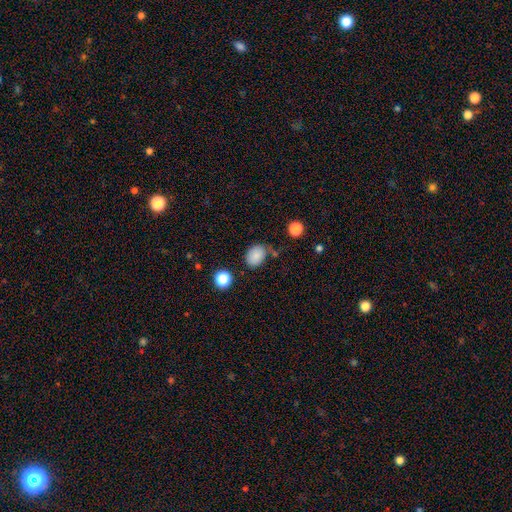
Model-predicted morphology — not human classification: A smooth galaxy with no disk features (85%) that is in between round and cigar-shaped (68%).

Vote fractions:
- Smooth or featured? smooth: 85% / star or artifact: 10% / featured or disk: 5%
- How rounded? in between: 68% / round: 31% / cigar-shaped: 1%
- Merging? none: 67% / minor disturbance: 21% / merger: 7% / major disturbance: 6%